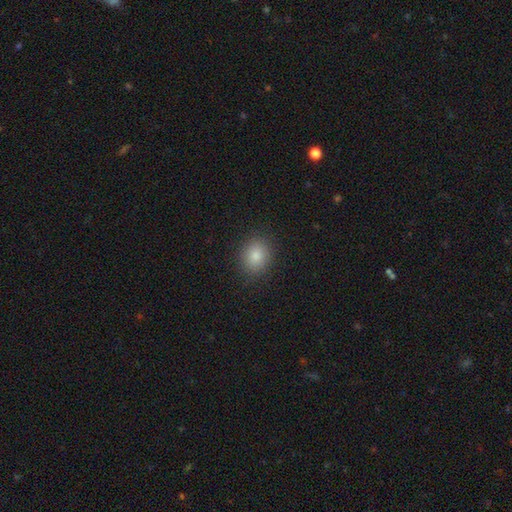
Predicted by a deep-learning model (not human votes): Smooth or featured: smooth — 85% (star or artifact — 9%)
How rounded: round — 59% (in between — 40%)
Merging: none — 88% (minor disturbance — 9%)